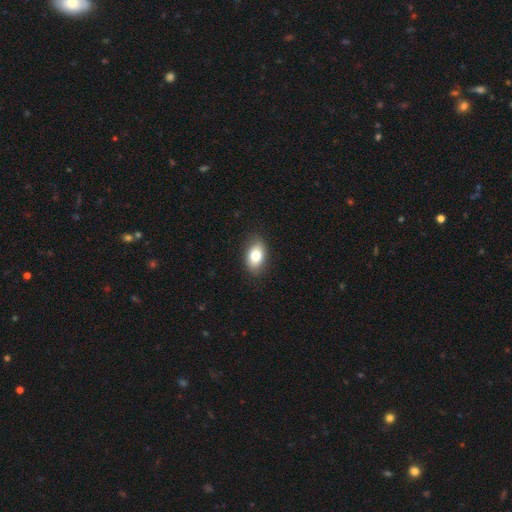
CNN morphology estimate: smooth-or-featured: smooth: 78% | featured or disk: 14% | star or artifact: 8%
  how-rounded: in between: 88% | round: 10% | cigar-shaped: 2%
  merging: none: 86% | minor disturbance: 10% | major disturbance: 2% | merger: 1%